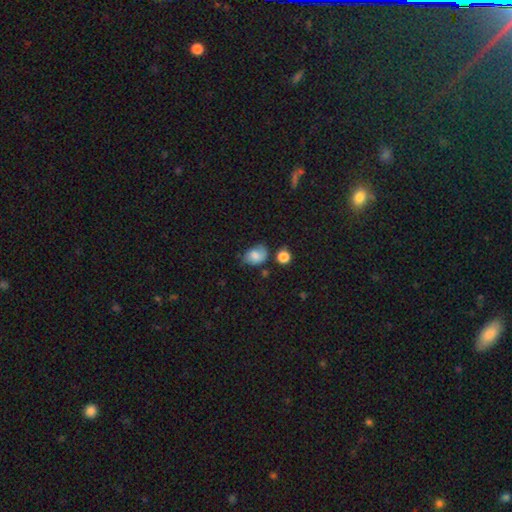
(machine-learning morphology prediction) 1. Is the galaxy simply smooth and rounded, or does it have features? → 66% smooth, 24% featured or disk, 10% star or artifact.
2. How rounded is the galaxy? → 70% in between, 29% round, 1% cigar-shaped.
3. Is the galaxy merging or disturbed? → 49% none, 34% minor disturbance, 12% major disturbance, 5% merger.